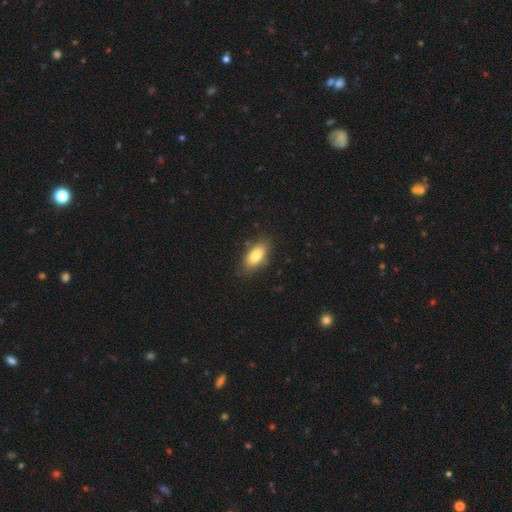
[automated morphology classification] Overall: smooth (79%). How rounded: in between (88%). Merging: none (81%).